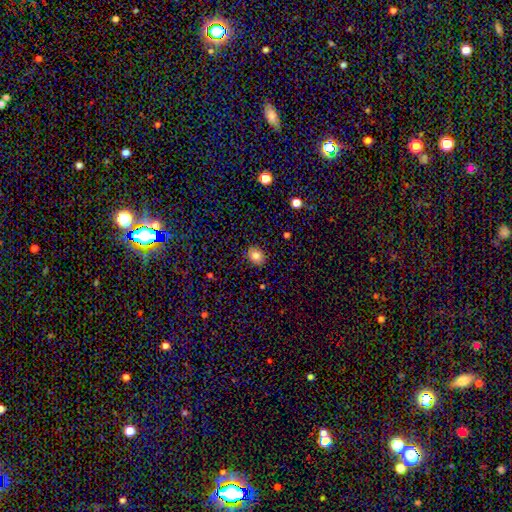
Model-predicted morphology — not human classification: Smooth or featured: smooth — 82% (star or artifact — 11%)
How rounded: round — 50% (in between — 49%)
Merging: none — 88% (minor disturbance — 9%)